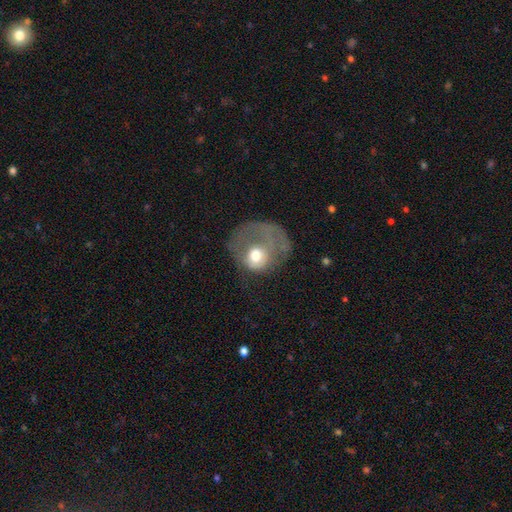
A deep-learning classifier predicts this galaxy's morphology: smooth_or_featured: smooth (p=0.50) [alt: featured or disk p=0.42]
merging: major disturbance (p=0.61) [alt: minor disturbance p=0.18]